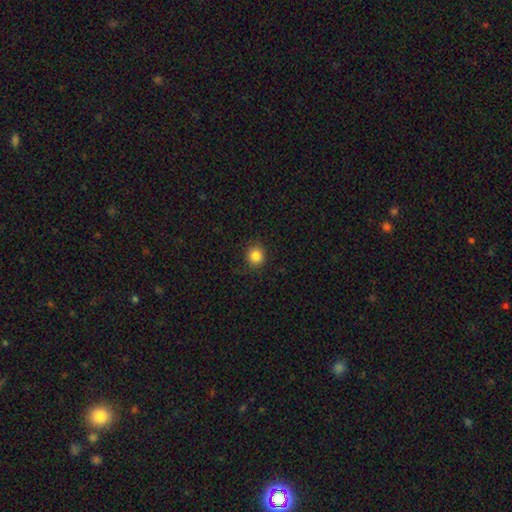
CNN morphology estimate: Overall: smooth (85%). How rounded: round (87%). Merging: none (87%).